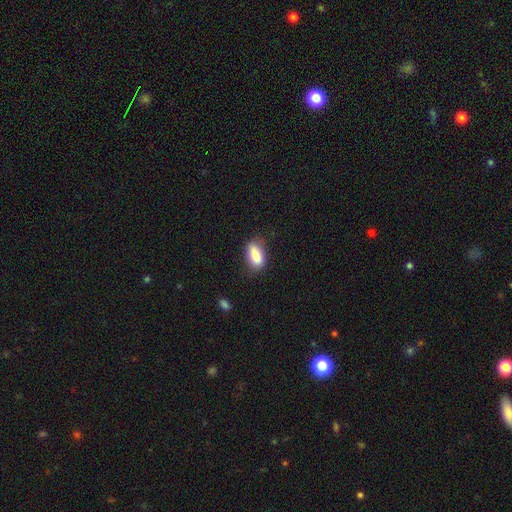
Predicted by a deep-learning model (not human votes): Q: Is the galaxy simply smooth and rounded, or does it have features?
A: smooth — 83%.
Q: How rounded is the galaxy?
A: in between — 80%.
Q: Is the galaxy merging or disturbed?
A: none — 69%.